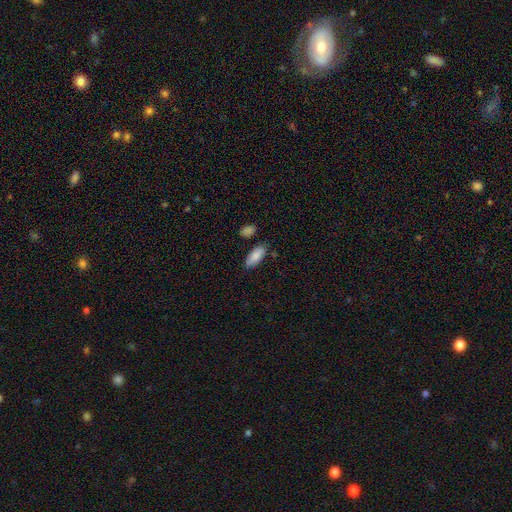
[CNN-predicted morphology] A smooth galaxy with no disk features (87%) that is in between round and cigar-shaped (85%). Merging: none (79%).